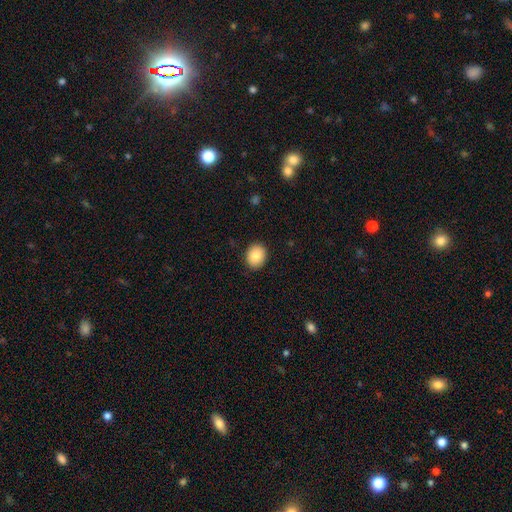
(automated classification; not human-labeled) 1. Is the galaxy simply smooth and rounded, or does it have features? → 85% smooth, 8% star or artifact, 7% featured or disk.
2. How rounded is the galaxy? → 60% round, 39% in between, 1% cigar-shaped.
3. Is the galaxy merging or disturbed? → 90% none, 8% minor disturbance, 2% major disturbance, 1% merger.